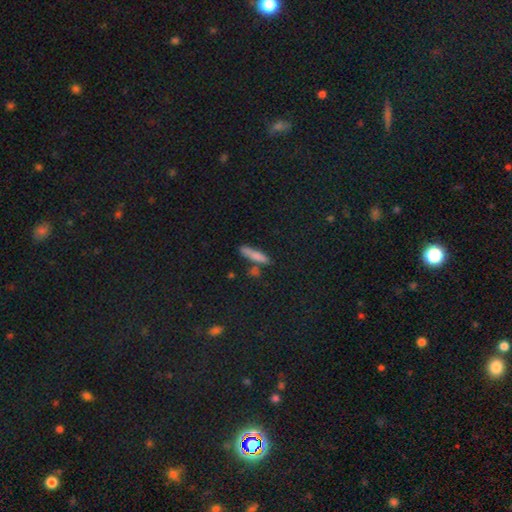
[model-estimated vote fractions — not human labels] Smooth or featured?
  - smooth: 76% *
  - featured or disk: 13%
  - star or artifact: 11%
How rounded?
  - cigar-shaped: 82% *
  - in between: 15%
  - round: 3%
Merging?
  - none: 71% *
  - minor disturbance: 15%
  - merger: 10%
  - major disturbance: 4%